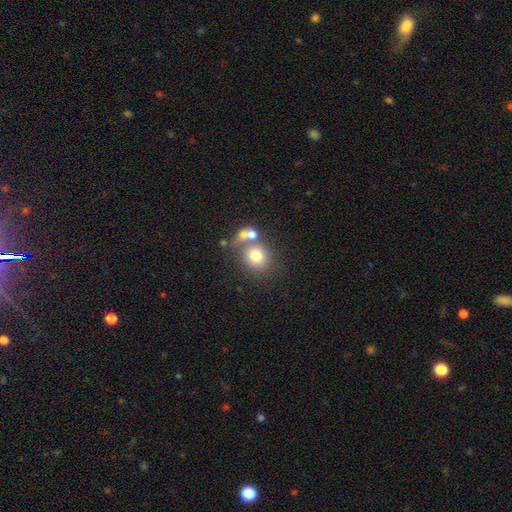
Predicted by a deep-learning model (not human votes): Smooth or featured? smooth (74%)
How rounded? round (79%)
Merging? none (50%)